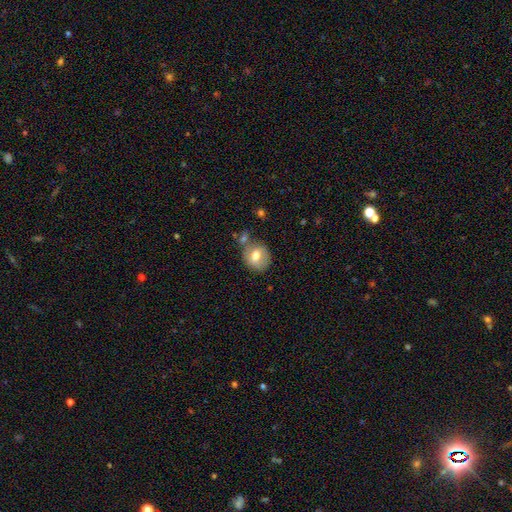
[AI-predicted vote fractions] Smooth or featured? smooth (66%)
How rounded? round (72%)
Merging? none (60%)